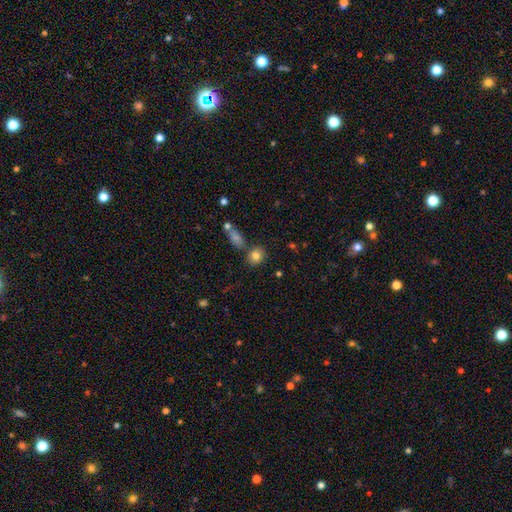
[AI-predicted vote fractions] The model was most divided on "how rounded": round: 62%, in between: 37%, cigar-shaped: 2%. More confident: smooth or featured — smooth (81%); merging — none (75%).